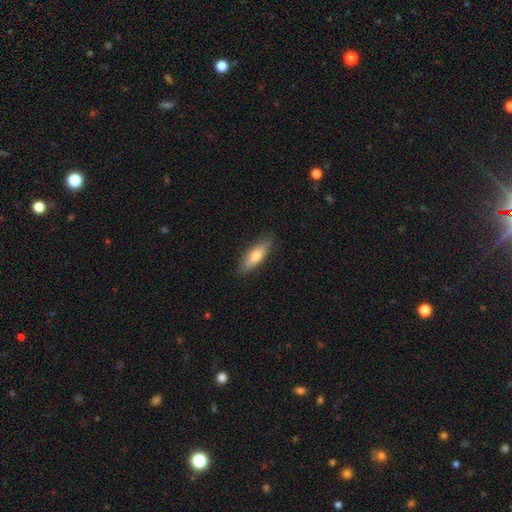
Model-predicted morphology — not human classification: Smooth or featured: smooth — 75% (featured or disk — 20%)
How rounded: in between — 53% (cigar-shaped — 45%)
Merging: none — 84% (minor disturbance — 12%)